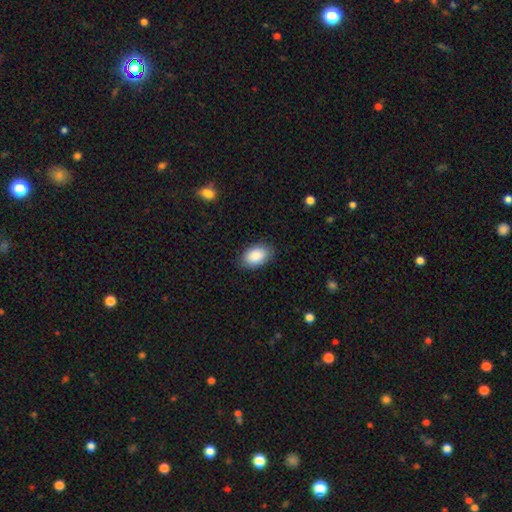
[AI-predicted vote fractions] A smooth galaxy with no disk features (89%) that is in between round and cigar-shaped (89%). Merging: none (86%).